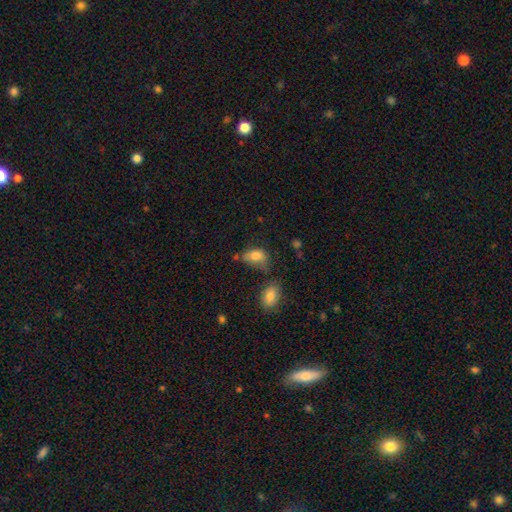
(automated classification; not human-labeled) Smooth or featured: smooth — 77% (featured or disk — 13%)
How rounded: in between — 86% (round — 12%)
Merging: none — 34% (minor disturbance — 32%)